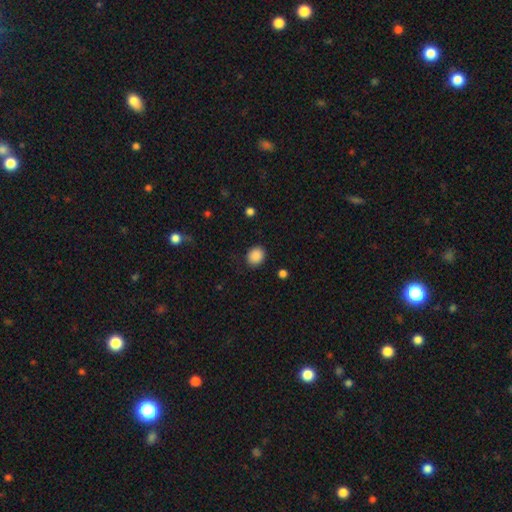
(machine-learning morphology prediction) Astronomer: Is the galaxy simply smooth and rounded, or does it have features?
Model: smooth — 88%.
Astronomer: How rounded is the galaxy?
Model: round — 67%.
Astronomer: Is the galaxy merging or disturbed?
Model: none — 86%.